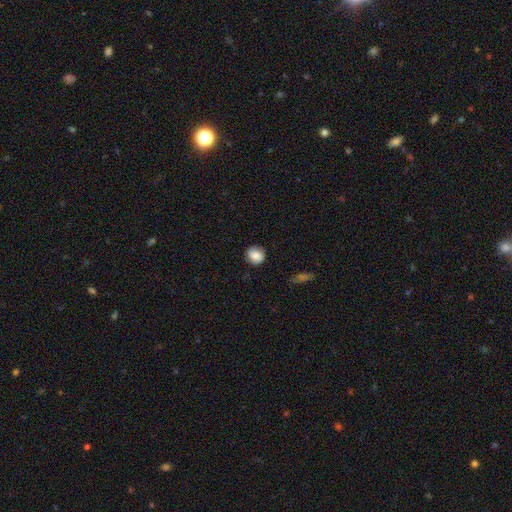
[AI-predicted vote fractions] smooth 82%, featured or disk 9%, star or artifact 8%. Down the decision tree: how rounded — round (81%); merging — none (82%).